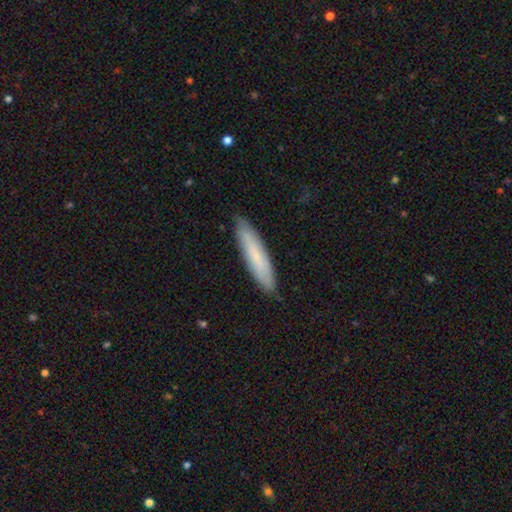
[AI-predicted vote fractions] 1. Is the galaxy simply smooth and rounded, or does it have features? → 74% smooth, 20% featured or disk, 6% star or artifact.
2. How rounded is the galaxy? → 86% cigar-shaped, 13% in between, 1% round.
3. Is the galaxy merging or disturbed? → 88% none, 9% minor disturbance, 2% major disturbance, 1% merger.